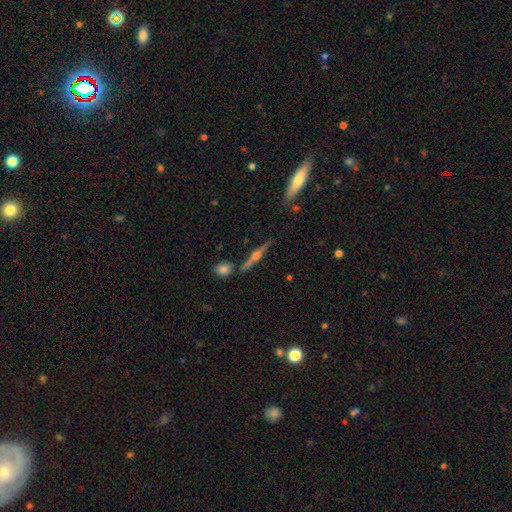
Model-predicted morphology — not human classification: This appears to be a featured or disk galaxy (80%) viewed edge-on (97%) with a rounded central bulge (92%). Merging: none (84%).